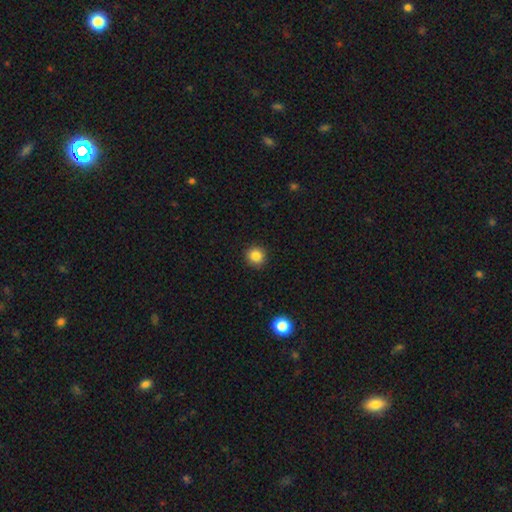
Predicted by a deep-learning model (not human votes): Overall: smooth (85%). How rounded: round (92%). Merging: none (91%).